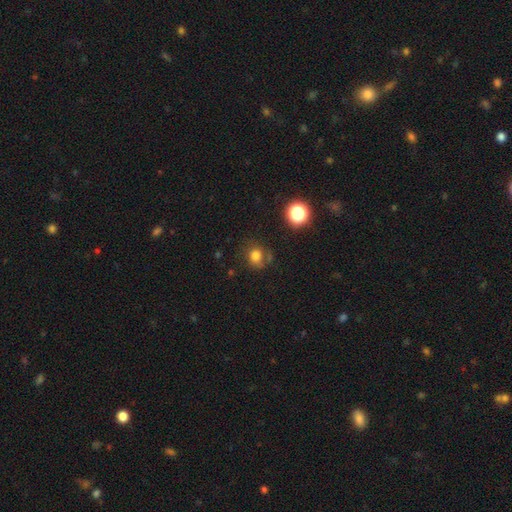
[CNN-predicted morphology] A smooth galaxy with no disk features (75%) that is round (77%). Merging: none (65%).